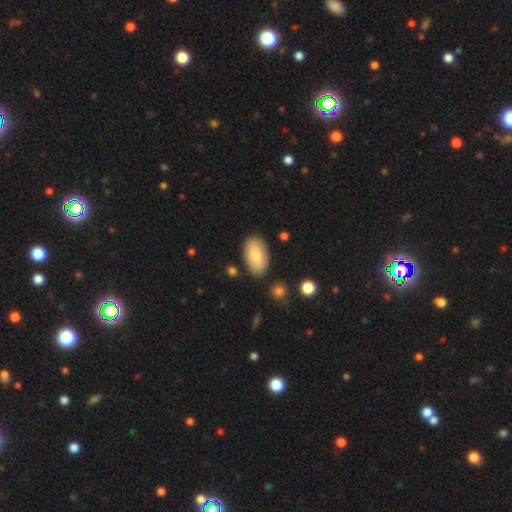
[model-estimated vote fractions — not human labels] This is likely a smooth galaxy (73%). How rounded: clearly in between (94%). Merging: clearly none (83%).